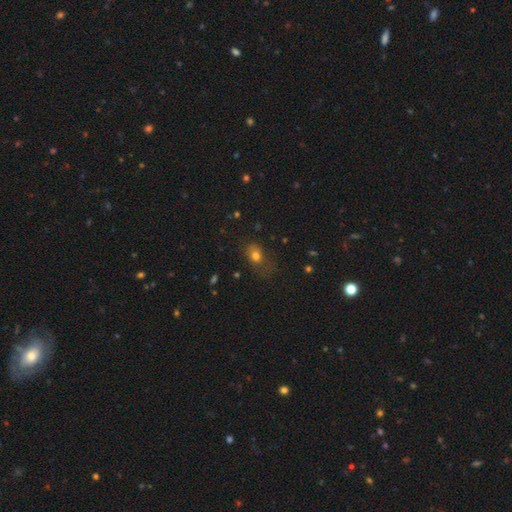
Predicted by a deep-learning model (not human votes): Overall: smooth (74%). How rounded: in between (59%; round 39%). Merging: none (53%; minor disturbance 26%).